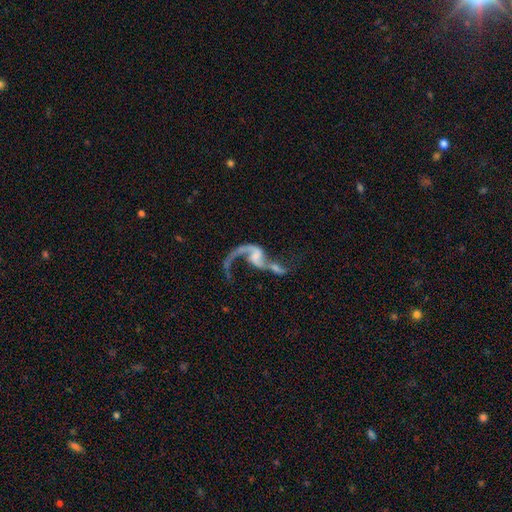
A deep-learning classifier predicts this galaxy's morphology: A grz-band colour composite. It shows a featured or disk galaxy (83%) with no bar (46%), 2 (72%) loose (88%) spiral arms (90%) and no central bulge (42%). Merging: merger (42%).